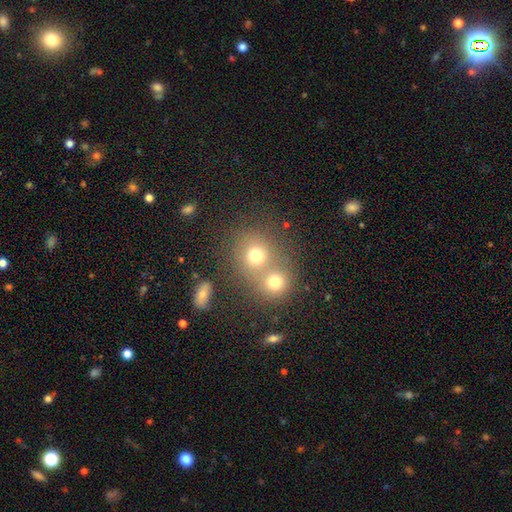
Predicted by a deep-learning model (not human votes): Smooth or featured? smooth (72%)
How rounded? round (81%)
Merging? merger (47%)